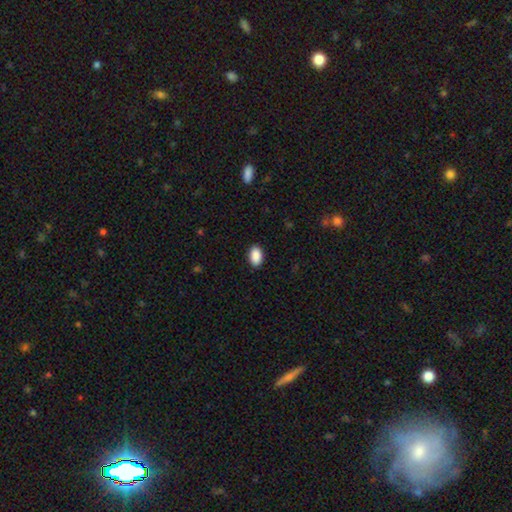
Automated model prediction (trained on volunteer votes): The model was most divided on "merging": none: 89%, minor disturbance: 8%, major disturbance: 2%, merger: 1%. More confident: how rounded — in between (92%); smooth or featured — smooth (90%).